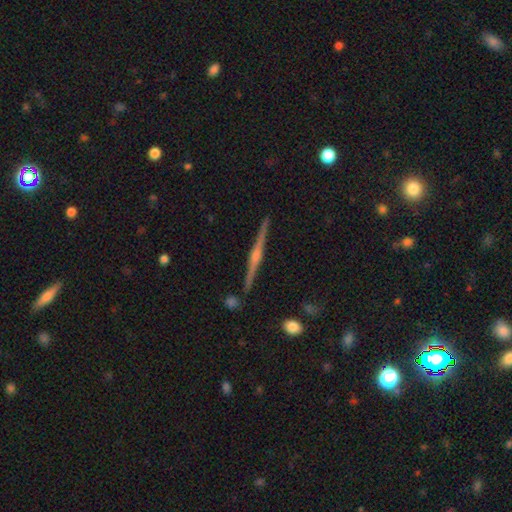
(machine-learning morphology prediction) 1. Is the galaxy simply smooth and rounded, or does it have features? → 83% featured or disk, 11% smooth, 6% star or artifact.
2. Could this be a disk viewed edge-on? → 98% yes, 2% no.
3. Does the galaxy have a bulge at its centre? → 83% rounded, 10% boxy, 7% none.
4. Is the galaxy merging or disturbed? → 91% none, 6% minor disturbance, 2% merger, 1% major disturbance.